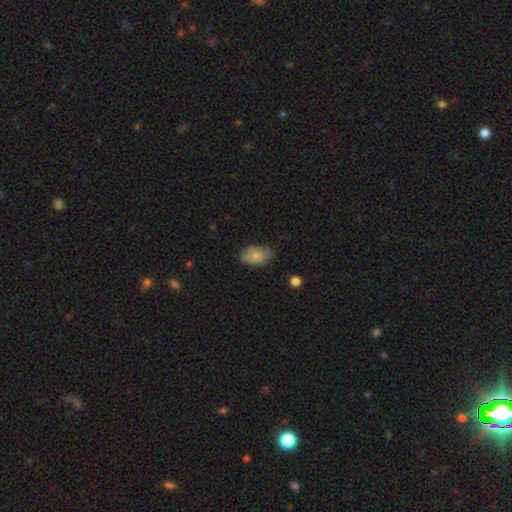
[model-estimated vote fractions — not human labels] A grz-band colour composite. It shows a smooth galaxy with no disk features (82%) that is in between round and cigar-shaped (90%). Merging: none (77%).